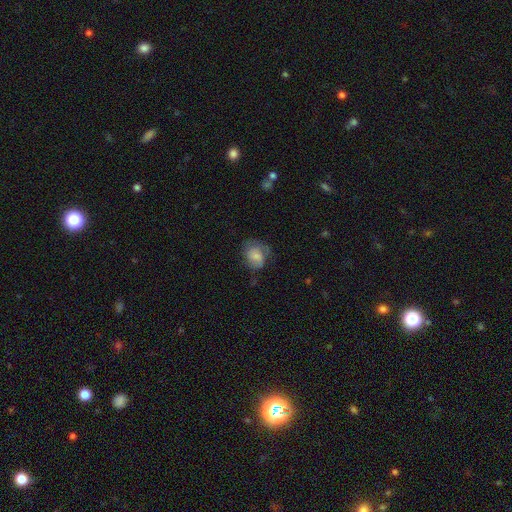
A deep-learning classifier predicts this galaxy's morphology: smooth-or-featured: smooth: 63% | featured or disk: 29% | star or artifact: 8%
  how-rounded: in between: 52% | round: 47% | cigar-shaped: 1%
  merging: none: 48% | minor disturbance: 30% | major disturbance: 20% | merger: 2%